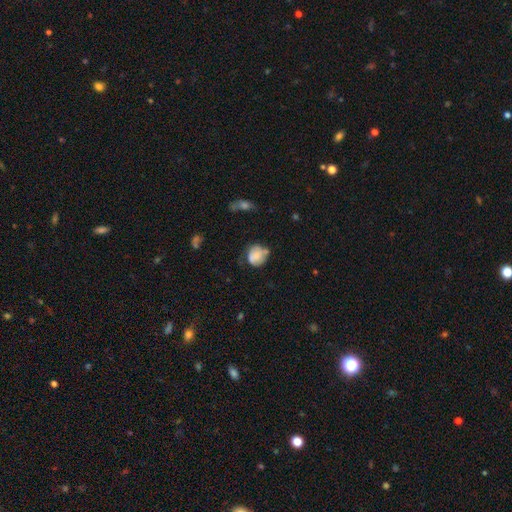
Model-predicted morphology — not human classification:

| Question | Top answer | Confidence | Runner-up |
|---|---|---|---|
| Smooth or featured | smooth | 70% | featured or disk (21%) |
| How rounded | round | 75% | in between (24%) |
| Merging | none | 48% | minor disturbance (31%) |